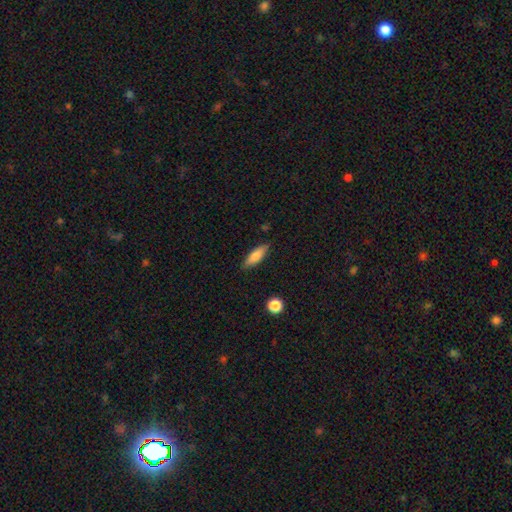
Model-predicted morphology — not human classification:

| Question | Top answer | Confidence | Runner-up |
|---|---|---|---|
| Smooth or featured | smooth | 72% | featured or disk (21%) |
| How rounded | cigar-shaped | 50% | in between (48%) |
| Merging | none | 85% | minor disturbance (11%) |